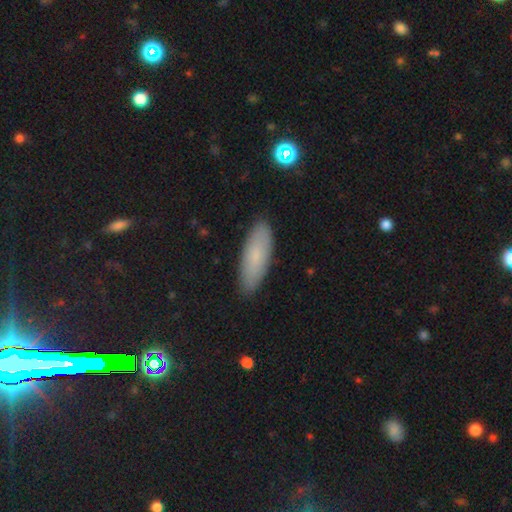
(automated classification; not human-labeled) A smooth galaxy with no disk features (77%) that is in between round and cigar-shaped (57%).

Vote fractions:
- Smooth or featured? smooth: 77% / featured or disk: 15% / star or artifact: 8%
- How rounded? in between: 57% / cigar-shaped: 41% / round: 2%
- Merging? none: 88% / minor disturbance: 9% / major disturbance: 2% / merger: 1%